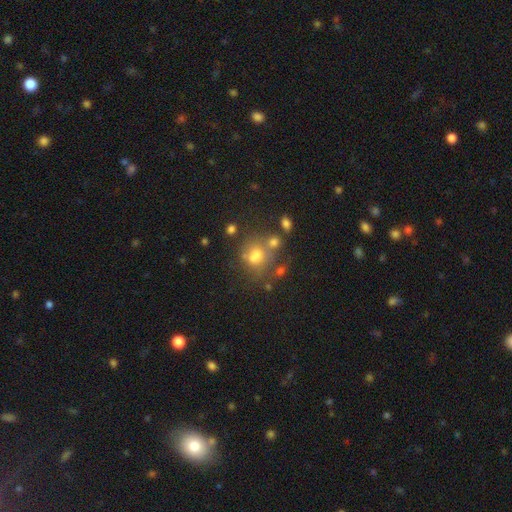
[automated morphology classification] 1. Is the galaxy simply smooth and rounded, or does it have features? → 61% smooth, 21% featured or disk, 19% star or artifact.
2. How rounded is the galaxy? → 62% round, 36% in between, 1% cigar-shaped.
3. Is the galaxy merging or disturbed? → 47% none, 25% merger, 17% minor disturbance, 11% major disturbance.